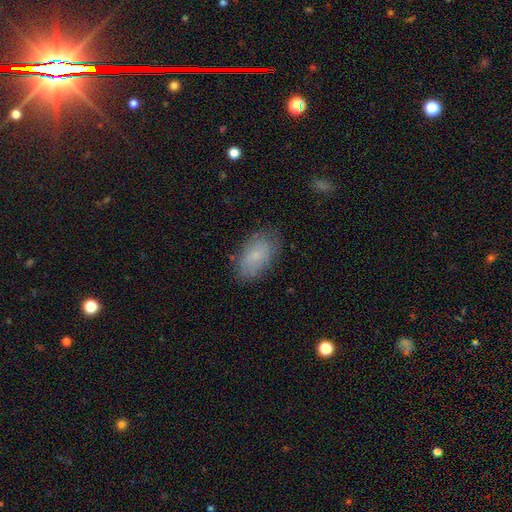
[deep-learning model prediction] This is likely a smooth galaxy (72%). How rounded: clearly in between (91%). Merging: likely none (77%).